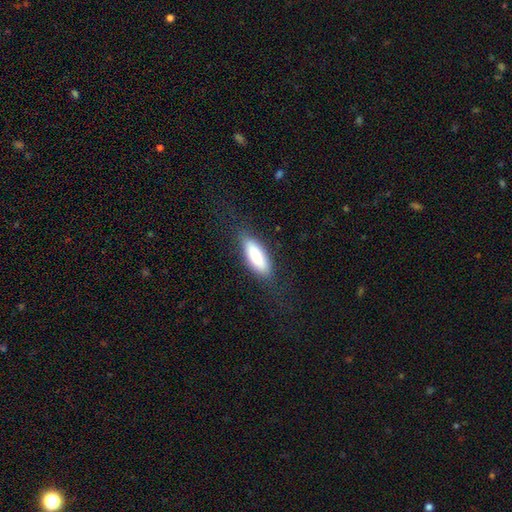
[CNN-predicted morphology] Smooth or featured: smooth — 81% (featured or disk — 13%)
How rounded: in between — 63% (cigar-shaped — 35%)
Merging: none — 78% (minor disturbance — 15%)